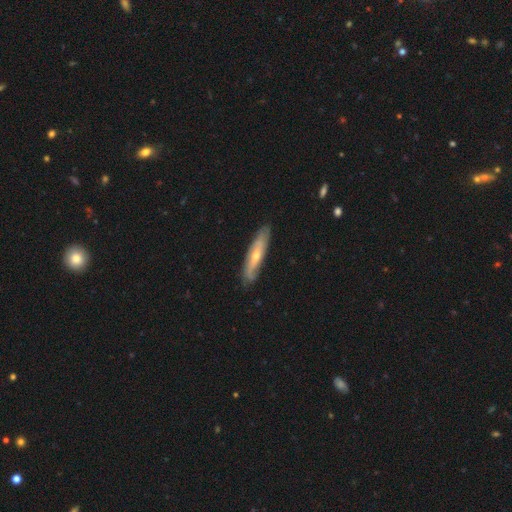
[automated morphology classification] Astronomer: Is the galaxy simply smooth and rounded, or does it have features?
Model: featured or disk — 56% (runner-up: smooth, 39%).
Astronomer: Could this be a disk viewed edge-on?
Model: yes — 58% (runner-up: no, 42%).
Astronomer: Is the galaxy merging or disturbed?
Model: none — 84%.